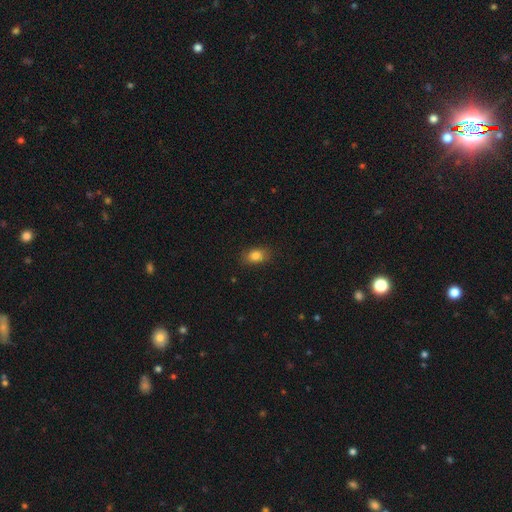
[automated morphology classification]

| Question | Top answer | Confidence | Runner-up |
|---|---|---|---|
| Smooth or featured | smooth | 83% | star or artifact (10%) |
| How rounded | in between | 78% | round (19%) |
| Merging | none | 85% | minor disturbance (12%) |